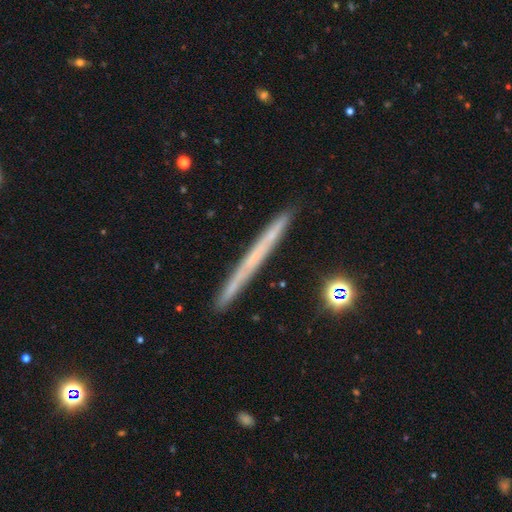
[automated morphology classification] smooth_or_featured: featured or disk (p=0.49) [alt: smooth p=0.44]
merging: none (p=0.90) [alt: minor disturbance p=0.07]